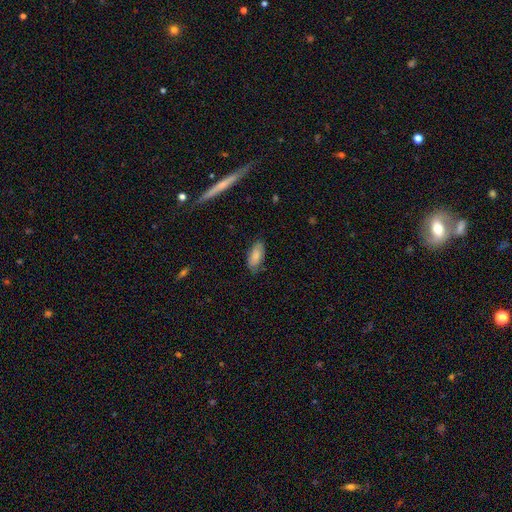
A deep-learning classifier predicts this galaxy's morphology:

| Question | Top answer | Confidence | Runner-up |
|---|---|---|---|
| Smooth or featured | smooth | 85% | featured or disk (9%) |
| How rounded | in between | 87% | cigar-shaped (11%) |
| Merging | none | 79% | minor disturbance (16%) |